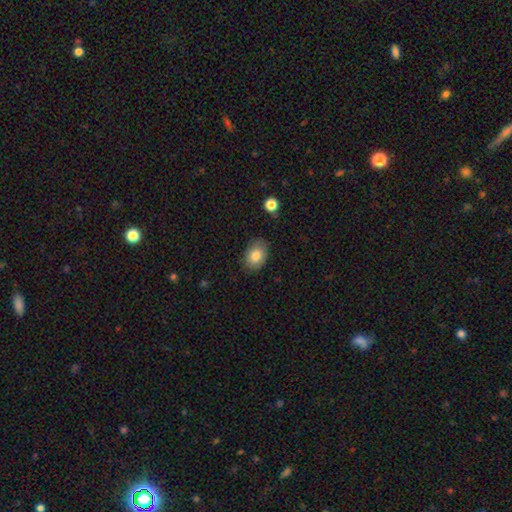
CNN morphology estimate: A smooth galaxy with no disk features (83%) that is in between round and cigar-shaped (76%).

Vote fractions:
- Smooth or featured? smooth: 83% / featured or disk: 9% / star or artifact: 8%
- How rounded? in between: 76% / round: 23% / cigar-shaped: 1%
- Merging? none: 80% / minor disturbance: 16% / major disturbance: 3% / merger: 1%